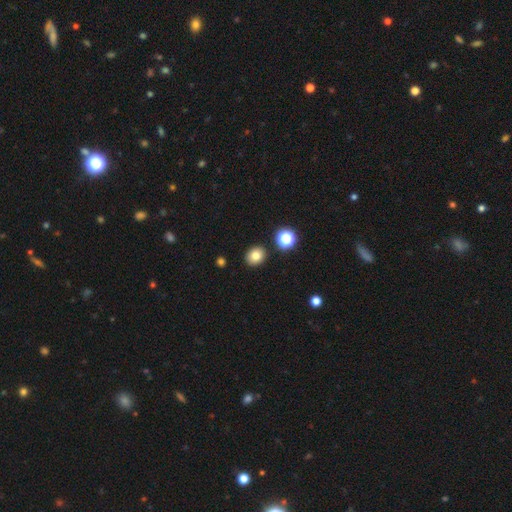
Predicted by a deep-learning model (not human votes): The model was most divided on "how rounded": round: 69%, in between: 31%, cigar-shaped: 1%. More confident: merging — none (89%); smooth or featured — smooth (80%).